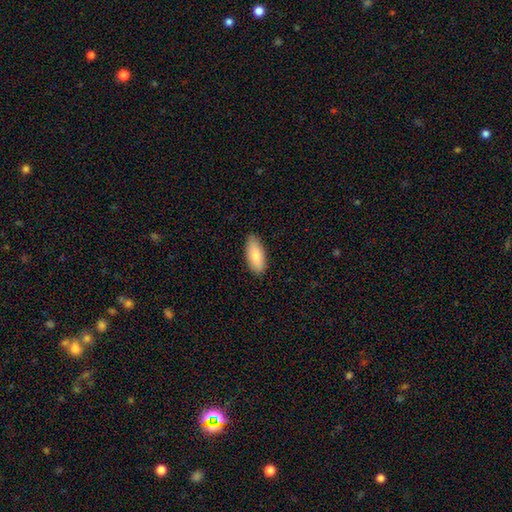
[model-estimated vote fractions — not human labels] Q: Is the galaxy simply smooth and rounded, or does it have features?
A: smooth — 83%.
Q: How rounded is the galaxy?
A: in between — 86%.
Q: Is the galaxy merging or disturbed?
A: none — 87%.